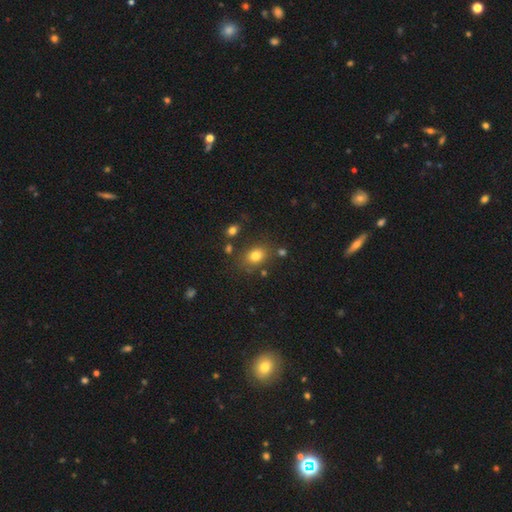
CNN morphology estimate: Q: Smooth or featured?
A: smooth (79%); runner-up: star or artifact (12%)
Q: How rounded?
A: in between (65%); runner-up: round (34%)
Q: Merging?
A: none (77%); runner-up: minor disturbance (13%)